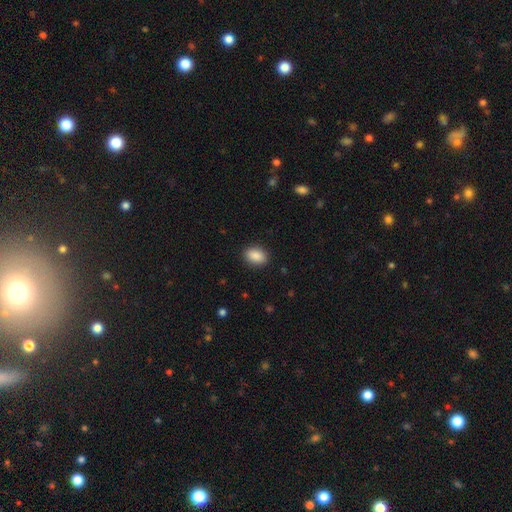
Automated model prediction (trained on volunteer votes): Q: Smooth or featured?
A: smooth (89%); runner-up: star or artifact (7%)
Q: How rounded?
A: in between (83%); runner-up: round (15%)
Q: Merging?
A: none (89%); runner-up: minor disturbance (8%)